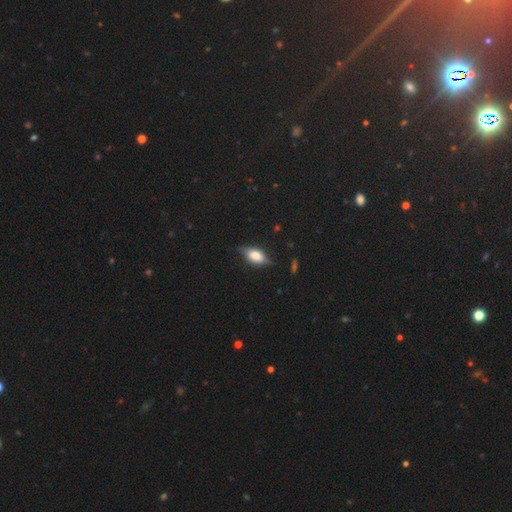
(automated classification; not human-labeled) The model was most divided on "smooth or featured": smooth: 54%, featured or disk: 37%, star or artifact: 9%. More confident: how rounded — in between (79%); merging — none (75%).